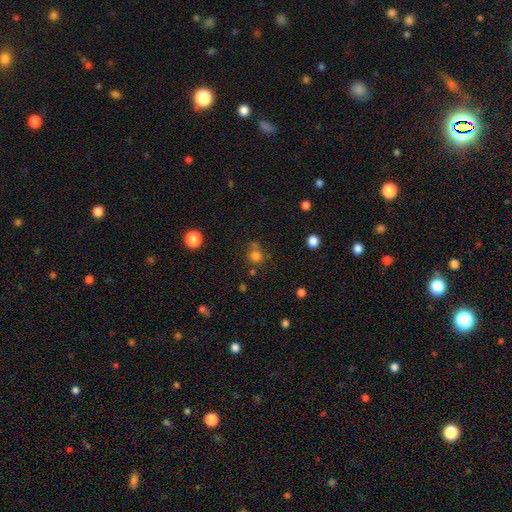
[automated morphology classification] The model was most divided on "merging": none: 62%, merger: 18%, minor disturbance: 14%, major disturbance: 6%. More confident: how rounded — round (85%); smooth or featured — smooth (76%).